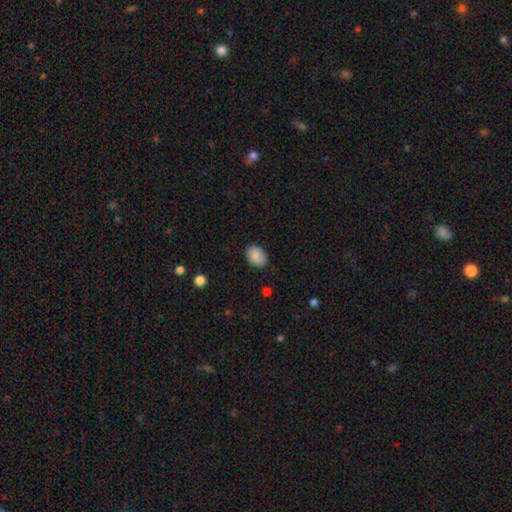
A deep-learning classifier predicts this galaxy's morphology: smooth_or_featured: smooth (p=0.88) [alt: star or artifact p=0.07]
how_rounded: in between (p=0.76) [alt: round p=0.23]
merging: none (p=0.85) [alt: minor disturbance p=0.12]